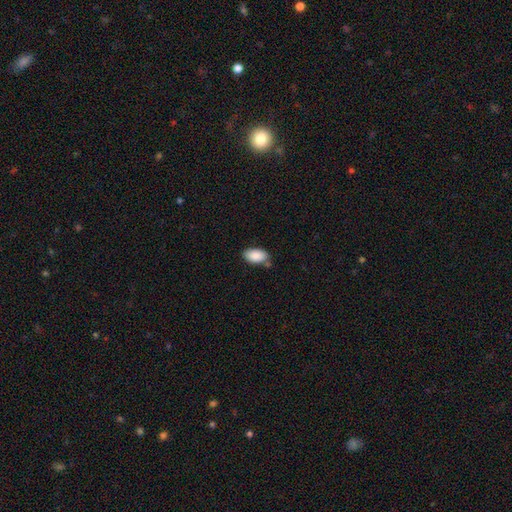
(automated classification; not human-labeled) This appears to be a smooth galaxy with no disk features (89%) that is in between round and cigar-shaped (95%). Merging: none (71%).